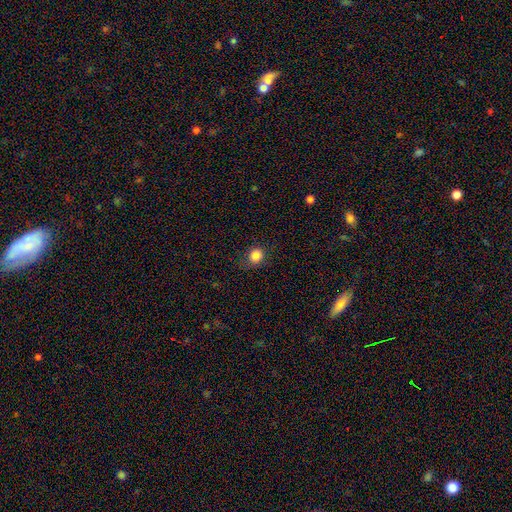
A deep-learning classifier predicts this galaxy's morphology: Overall: smooth (84%). How rounded: round (79%). Merging: none (78%).